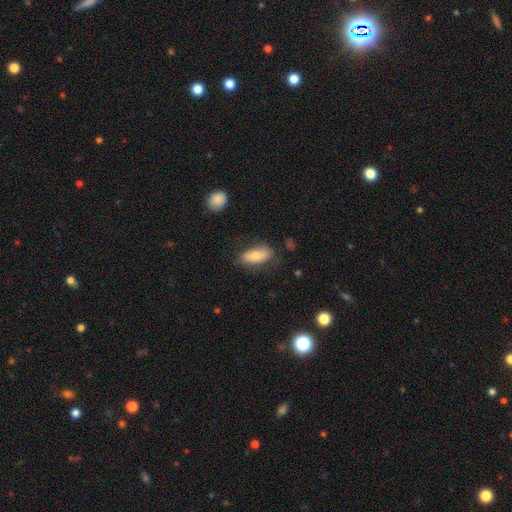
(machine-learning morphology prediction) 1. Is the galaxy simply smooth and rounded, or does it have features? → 71% smooth, 22% featured or disk, 7% star or artifact.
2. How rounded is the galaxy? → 85% in between, 12% cigar-shaped, 4% round.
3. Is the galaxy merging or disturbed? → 71% none, 20% minor disturbance, 7% major disturbance, 2% merger.